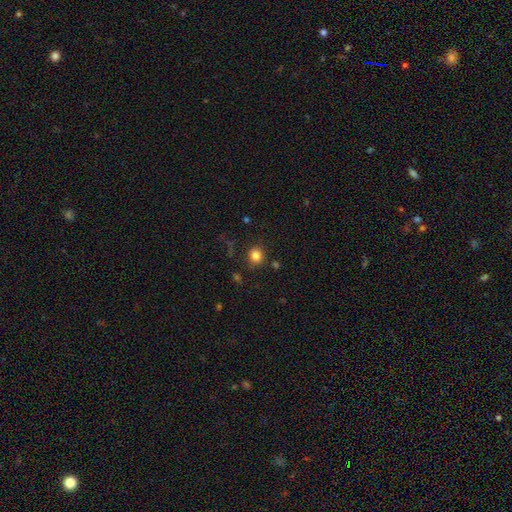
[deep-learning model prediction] smooth-or-featured: smooth: 83% | star or artifact: 12% | featured or disk: 5%
  how-rounded: round: 85% | in between: 14% | cigar-shaped: 1%
  merging: none: 87% | minor disturbance: 8% | major disturbance: 3% | merger: 2%